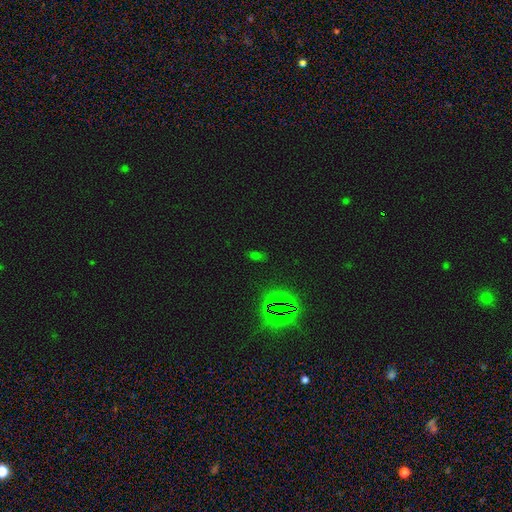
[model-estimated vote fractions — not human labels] Smooth or featured? star or artifact (52%)